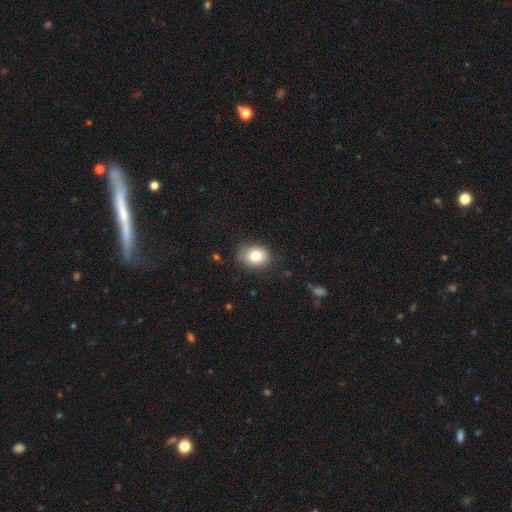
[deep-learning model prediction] Smooth or featured: smooth — 82% (featured or disk — 9%)
How rounded: in between — 55% (round — 44%)
Merging: none — 79% (minor disturbance — 16%)